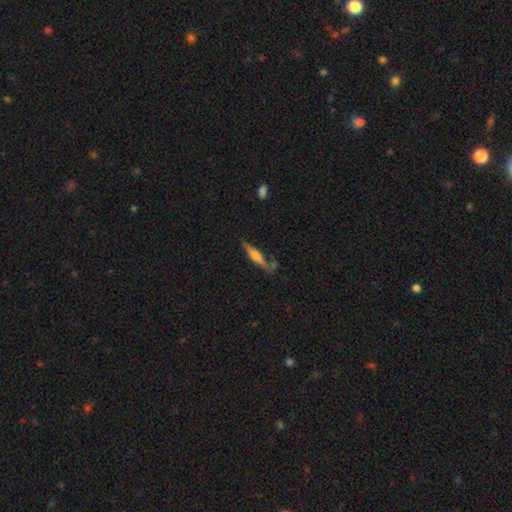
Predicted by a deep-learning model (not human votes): featured or disk 55%, smooth 39%, star or artifact 7%. Down the decision tree: edge-on disk — yes (94%); edge-on bulge — rounded (71%); merging — none (69%).